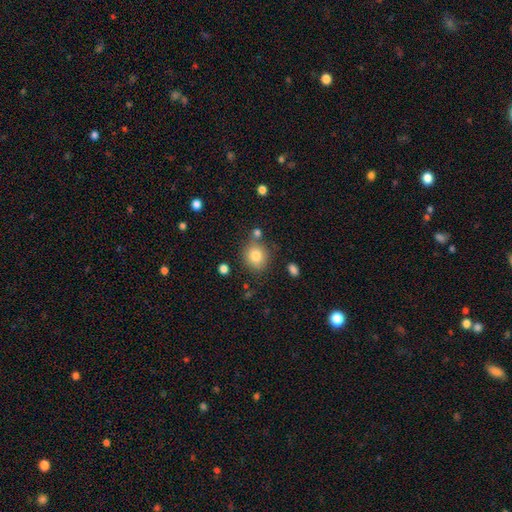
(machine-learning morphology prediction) Q: Smooth or featured?
A: smooth (81%); runner-up: star or artifact (10%)
Q: How rounded?
A: round (76%); runner-up: in between (23%)
Q: Merging?
A: none (75%); runner-up: minor disturbance (12%)